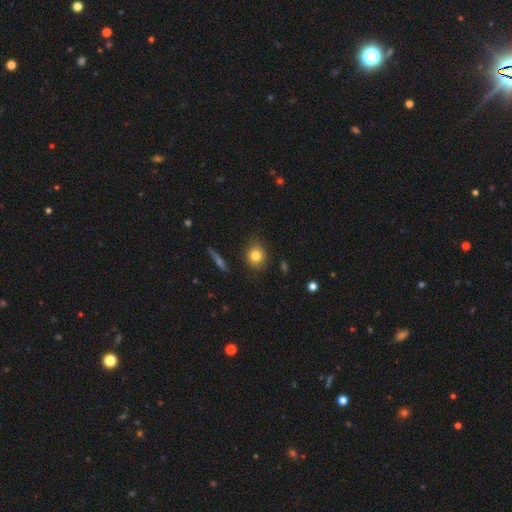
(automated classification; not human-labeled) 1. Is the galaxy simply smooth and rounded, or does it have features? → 81% smooth, 10% star or artifact, 9% featured or disk.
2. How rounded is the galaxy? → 78% round, 20% in between, 2% cigar-shaped.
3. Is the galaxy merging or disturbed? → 83% none, 12% minor disturbance, 3% major disturbance, 2% merger.